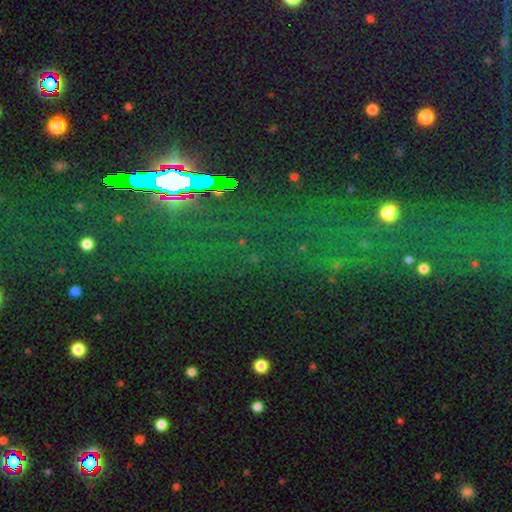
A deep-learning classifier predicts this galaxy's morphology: Smooth or featured? Predicted: star or artifact (p=0.74).